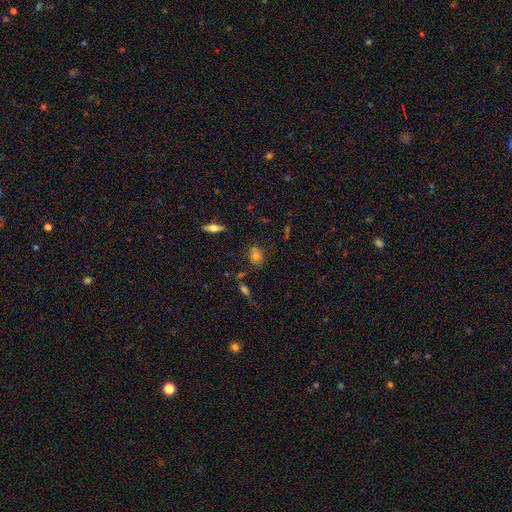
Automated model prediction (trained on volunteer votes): smooth_or_featured: smooth (p=0.72) [alt: featured or disk p=0.14]
how_rounded: round (p=0.50) [alt: in between p=0.47]
merging: none (p=0.71) [alt: minor disturbance p=0.17]